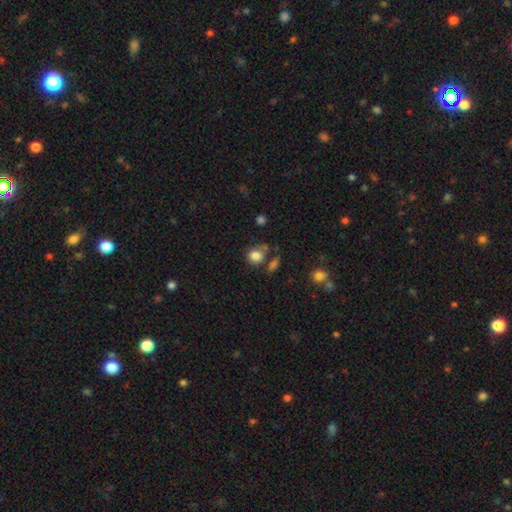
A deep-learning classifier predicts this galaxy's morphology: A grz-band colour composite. It shows a smooth galaxy with no disk features (83%) that is round (71%). Merging: none (62%).